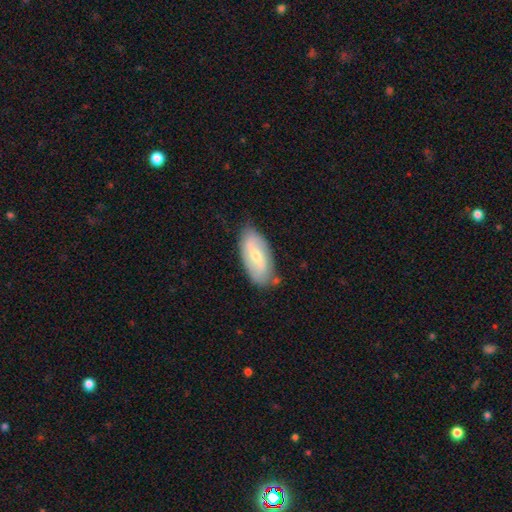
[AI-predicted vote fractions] This appears to be a featured or disk galaxy (60%) with a weak bar (48%), spiral arms (77%) and a small central bulge (50%). Merging: none (78%).